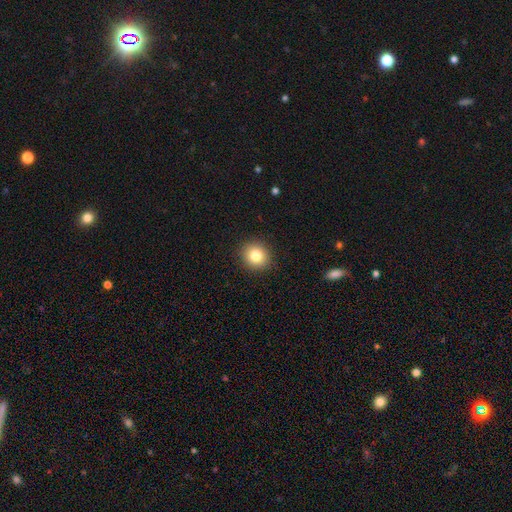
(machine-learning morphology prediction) Smooth or featured: smooth — 82% (star or artifact — 10%)
How rounded: round — 86% (in between — 13%)
Merging: none — 91% (minor disturbance — 6%)